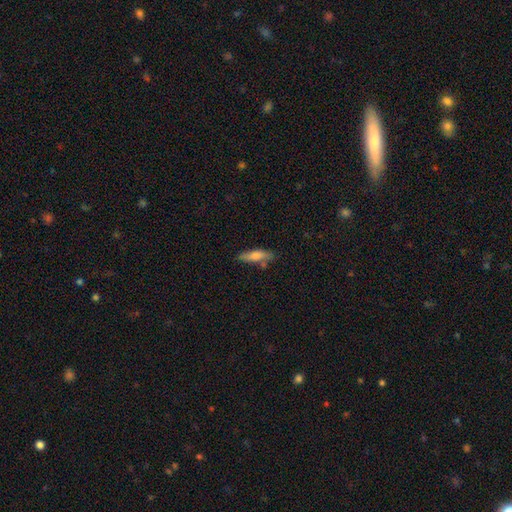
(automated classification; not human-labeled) A smooth galaxy with no disk features (68%) that is cigar-shaped (62%).

Vote fractions:
- Smooth or featured? smooth: 68% / featured or disk: 25% / star or artifact: 7%
- How rounded? cigar-shaped: 62% / in between: 36% / round: 2%
- Merging? none: 73% / minor disturbance: 17% / merger: 6% / major disturbance: 3%